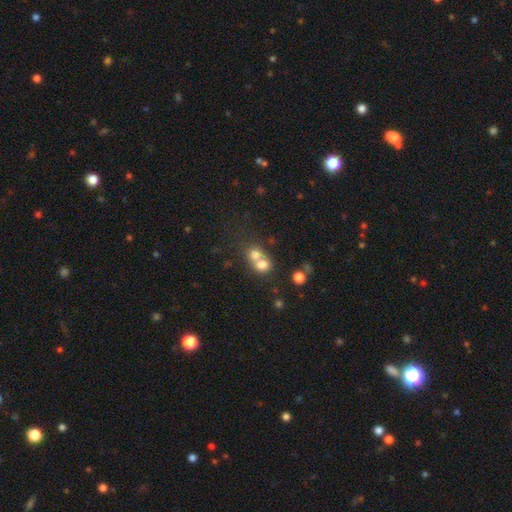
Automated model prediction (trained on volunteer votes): Overall: smooth (72%). How rounded: round (75%). Merging: merger (63%; none 28%).